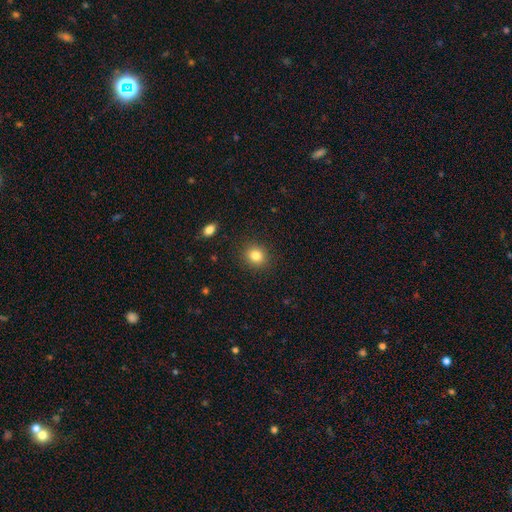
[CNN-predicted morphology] type=smooth (83%); roundness=round (78%); merging=none (89%).